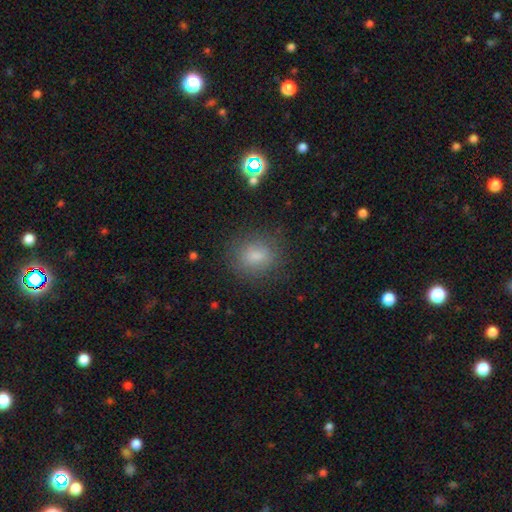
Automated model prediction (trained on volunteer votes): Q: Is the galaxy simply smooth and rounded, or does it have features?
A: smooth — 79%.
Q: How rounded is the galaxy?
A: round — 59%.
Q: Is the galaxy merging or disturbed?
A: none — 81%.